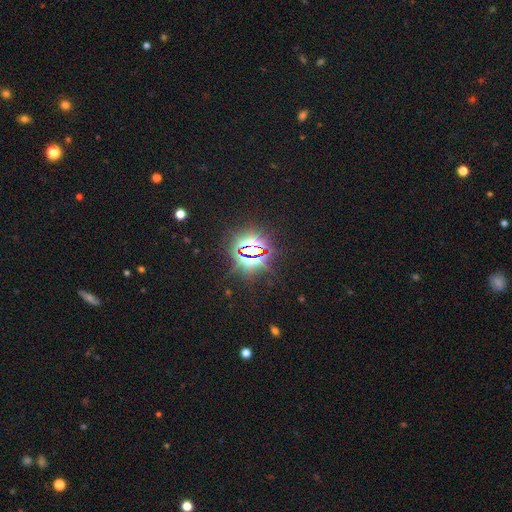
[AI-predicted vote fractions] A star or artifact, not a galaxy (83%).